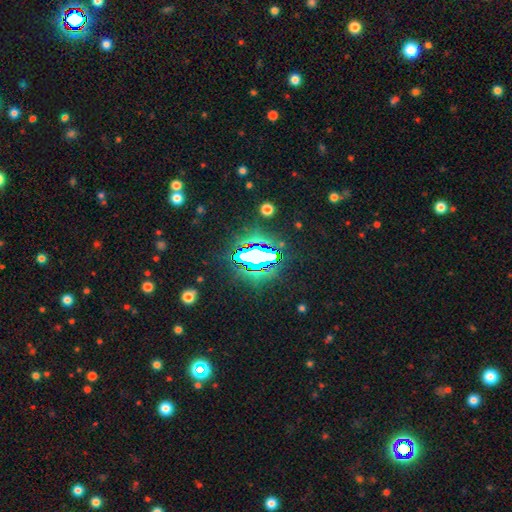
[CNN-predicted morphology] Smooth or featured?
  - star or artifact: 73% *
  - smooth: 15%
  - featured or disk: 12%